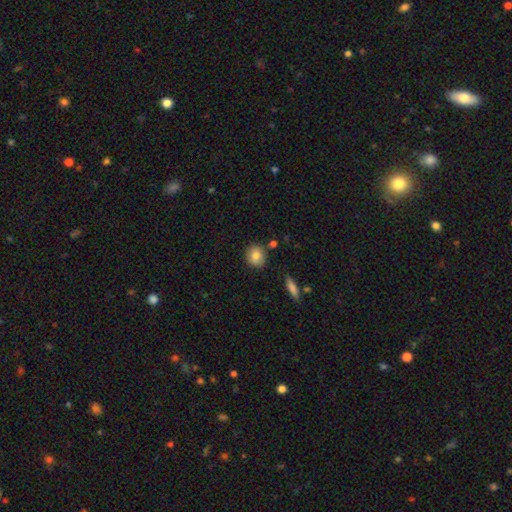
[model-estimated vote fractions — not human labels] A smooth galaxy with no disk features (84%) that is round (74%).

Vote fractions:
- Smooth or featured? smooth: 84% / star or artifact: 8% / featured or disk: 8%
- How rounded? round: 74% / in between: 24% / cigar-shaped: 2%
- Merging? none: 83% / minor disturbance: 10% / merger: 5% / major disturbance: 2%